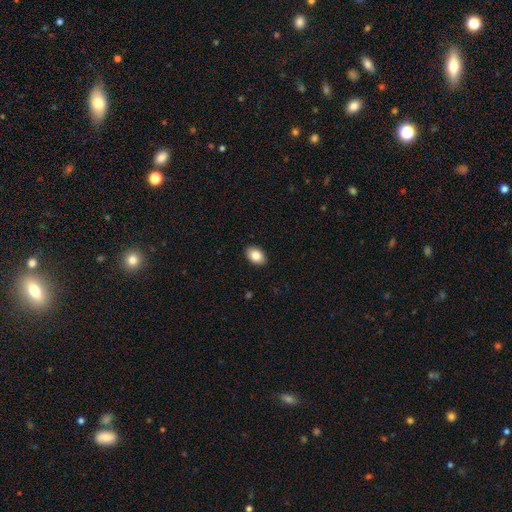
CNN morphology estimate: Smooth or featured? Predicted: smooth (p=0.84). How rounded? Predicted: in between (p=0.85). Merging? Predicted: none (p=0.90).